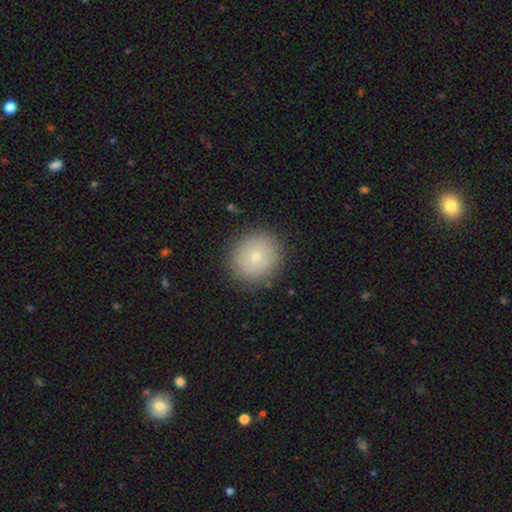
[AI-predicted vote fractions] Smooth or featured?
  - smooth: 75% *
  - featured or disk: 15%
  - star or artifact: 10%
How rounded?
  - round: 86% *
  - in between: 13%
  - cigar-shaped: 1%
Merging?
  - none: 89% *
  - minor disturbance: 8%
  - major disturbance: 2%
  - merger: 1%